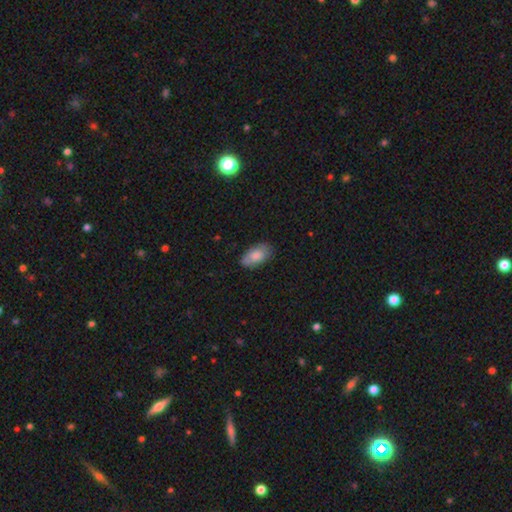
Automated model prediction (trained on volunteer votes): Overall: smooth (80%). How rounded: in between (93%). Merging: none (75%).